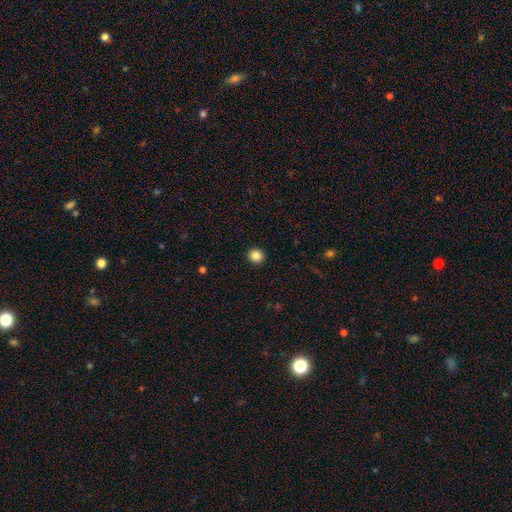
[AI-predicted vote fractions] Smooth or featured: smooth — 86% (star or artifact — 11%)
How rounded: round — 94% (in between — 5%)
Merging: none — 93% (minor disturbance — 4%)